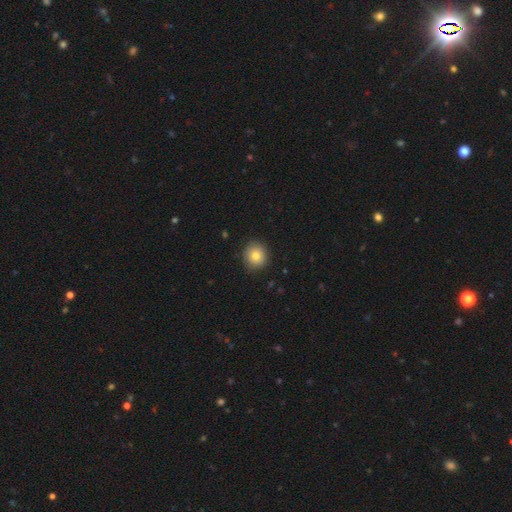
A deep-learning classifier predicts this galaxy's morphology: Smooth or featured?
  - smooth: 78% *
  - featured or disk: 12%
  - star or artifact: 10%
How rounded?
  - round: 87% *
  - in between: 12%
  - cigar-shaped: 1%
Merging?
  - none: 85% *
  - minor disturbance: 12%
  - major disturbance: 2%
  - merger: 1%